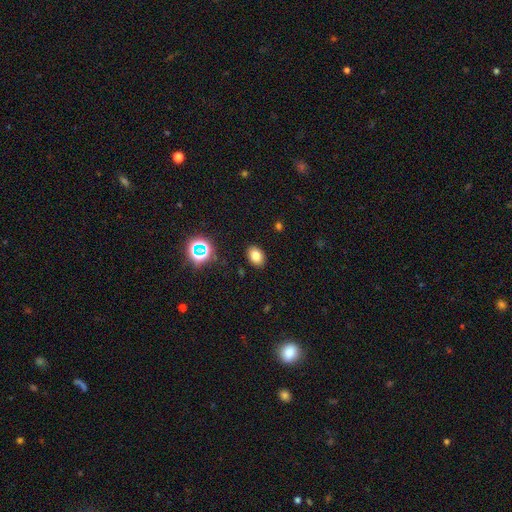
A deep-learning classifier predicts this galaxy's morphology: This appears to be a smooth galaxy with no disk features (77%) that is in between round and cigar-shaped (77%). Merging: none (88%).